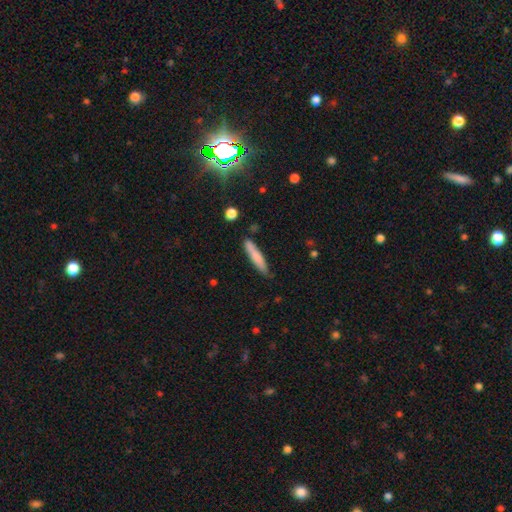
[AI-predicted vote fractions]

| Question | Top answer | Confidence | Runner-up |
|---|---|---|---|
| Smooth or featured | smooth | 76% | featured or disk (18%) |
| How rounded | cigar-shaped | 90% | in between (9%) |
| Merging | none | 80% | minor disturbance (15%) |